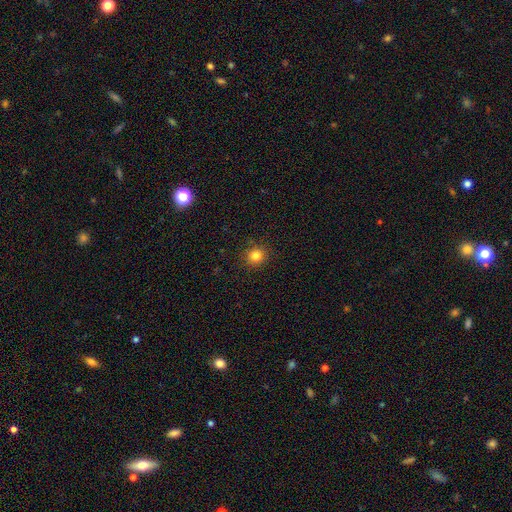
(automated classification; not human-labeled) smooth-or-featured: smooth: 82% | star or artifact: 13% | featured or disk: 5%
  how-rounded: round: 91% | in between: 8% | cigar-shaped: 1%
  merging: none: 90% | minor disturbance: 6% | major disturbance: 2% | merger: 1%